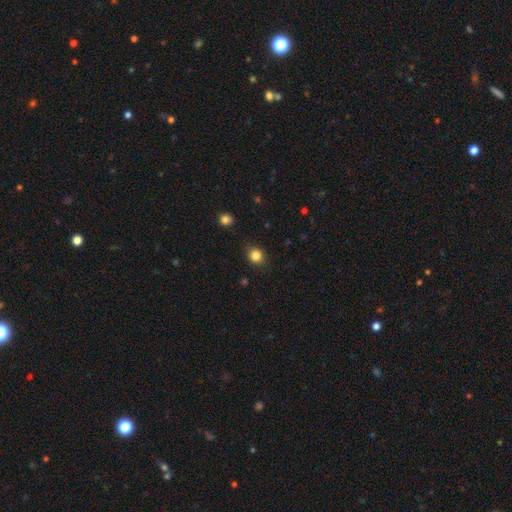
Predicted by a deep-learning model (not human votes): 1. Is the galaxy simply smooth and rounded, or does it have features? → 85% smooth, 11% star or artifact, 4% featured or disk.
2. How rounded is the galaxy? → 77% round, 22% in between, 1% cigar-shaped.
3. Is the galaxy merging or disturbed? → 87% none, 10% minor disturbance, 3% major disturbance, 1% merger.